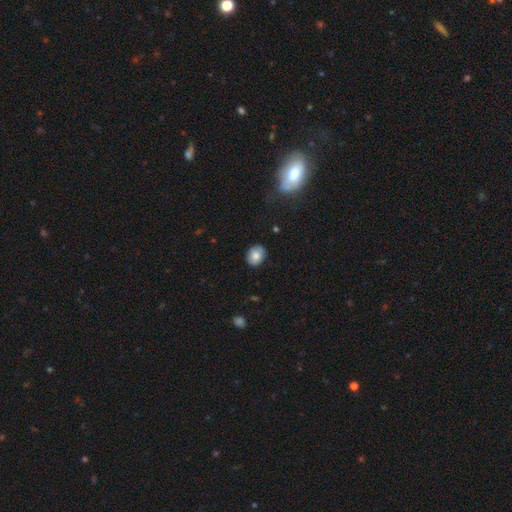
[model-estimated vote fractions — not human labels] A smooth galaxy with no disk features (78%) that is round (56%). Merging: none (84%).